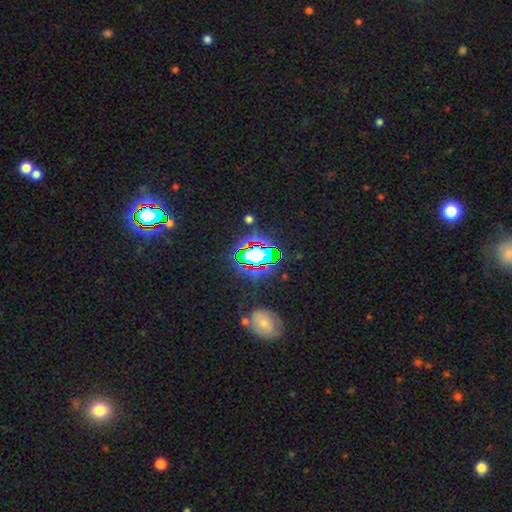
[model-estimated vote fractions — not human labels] A star or artifact, not a galaxy (68%).